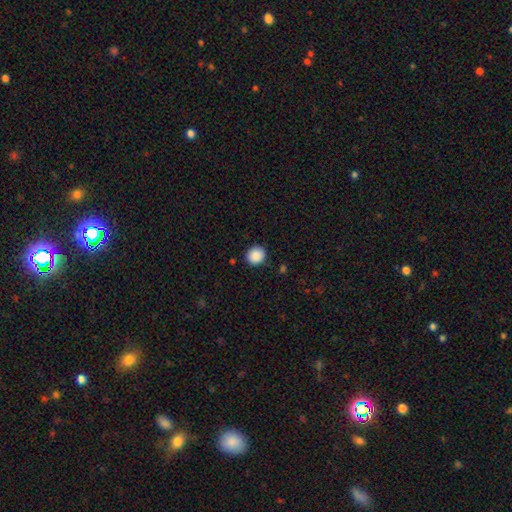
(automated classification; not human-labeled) A smooth galaxy with no disk features (89%) that is round (86%).

Vote fractions:
- Smooth or featured? smooth: 89% / star or artifact: 8% / featured or disk: 3%
- How rounded? round: 86% / in between: 13% / cigar-shaped: 1%
- Merging? none: 90% / minor disturbance: 7% / major disturbance: 2% / merger: 1%